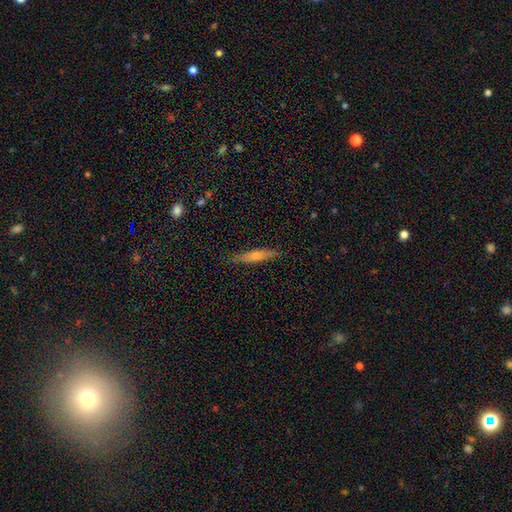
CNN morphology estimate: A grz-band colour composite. It shows a smooth galaxy with no disk features (63%) that is cigar-shaped (86%). Merging: none (85%).